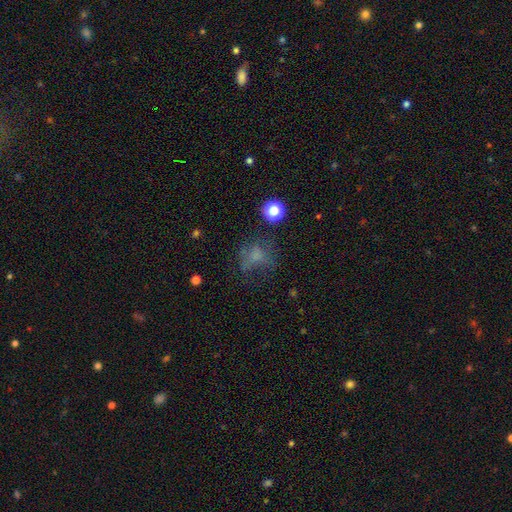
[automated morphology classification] type=smooth (53%); roundness=round (58%); merging=none (46%).